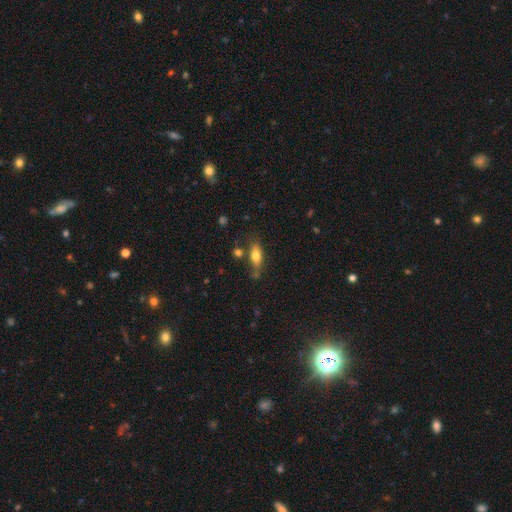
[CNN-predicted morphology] type=smooth (71%); roundness=in between (72%); merging=none (65%).